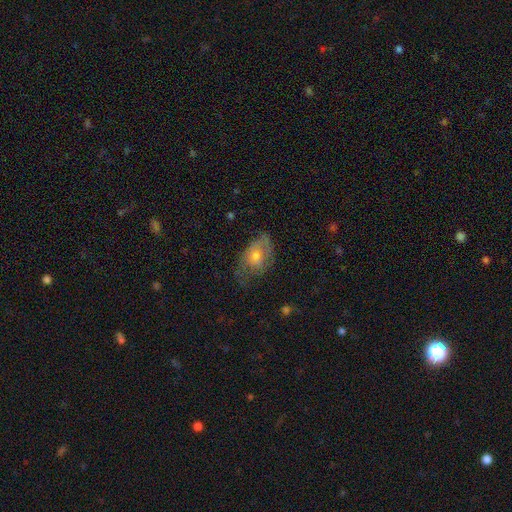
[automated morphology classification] smooth-or-featured: smooth: 49% | featured or disk: 42% | star or artifact: 9%
  merging: none: 43% | minor disturbance: 32% | major disturbance: 23% | merger: 2%